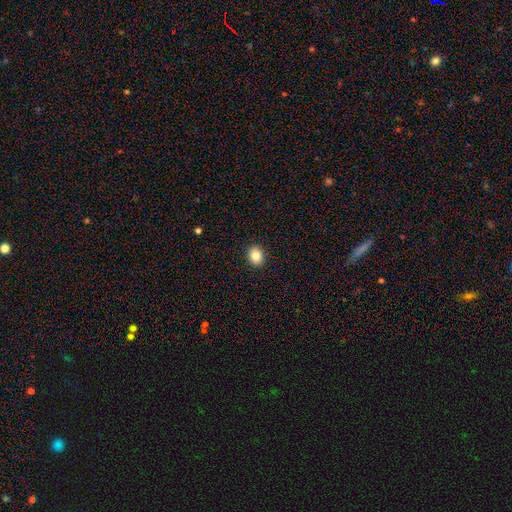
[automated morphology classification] Q: Smooth or featured?
A: smooth (84%); runner-up: star or artifact (10%)
Q: How rounded?
A: round (60%); runner-up: in between (39%)
Q: Merging?
A: none (92%); runner-up: minor disturbance (6%)